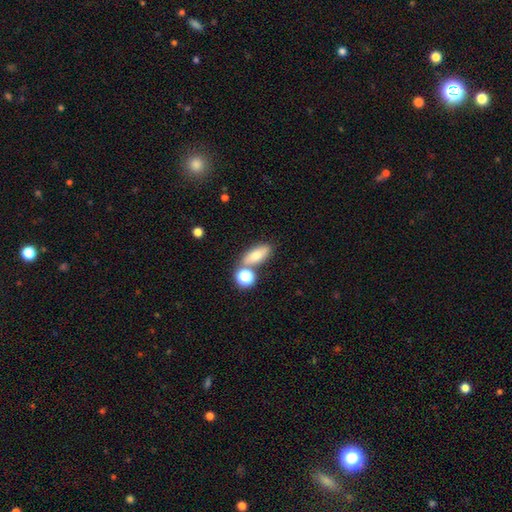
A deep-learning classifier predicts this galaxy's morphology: smooth 74%, featured or disk 15%, star or artifact 11%. Down the decision tree: how rounded — in between (69%); merging — none (67%).